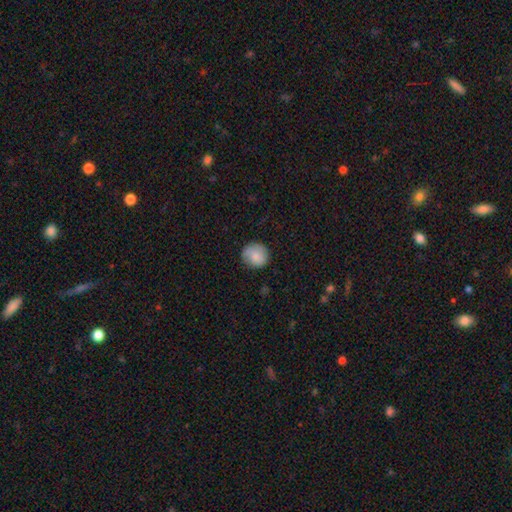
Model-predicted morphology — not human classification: A smooth galaxy with no disk features (84%) that is round (88%).

Vote fractions:
- Smooth or featured? smooth: 84% / featured or disk: 9% / star or artifact: 7%
- How rounded? round: 88% / in between: 11% / cigar-shaped: 1%
- Merging? none: 79% / minor disturbance: 16% / major disturbance: 3% / merger: 1%